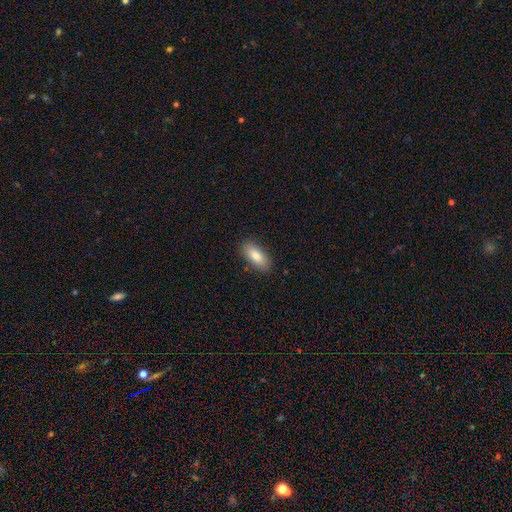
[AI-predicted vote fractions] Smooth or featured: smooth — 84% (featured or disk — 10%)
How rounded: in between — 85% (cigar-shaped — 12%)
Merging: none — 87% (minor disturbance — 9%)